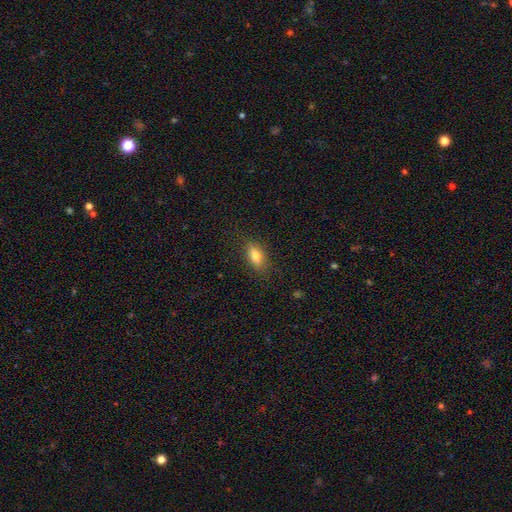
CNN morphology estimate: Smooth or featured? smooth (76%)
How rounded? in between (83%)
Merging? none (82%)